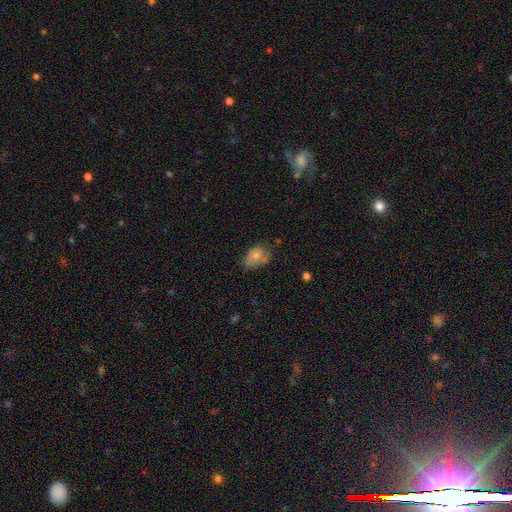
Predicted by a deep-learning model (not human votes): A smooth galaxy with no disk features (77%) that is in between round and cigar-shaped (75%). Merging: none (44%).